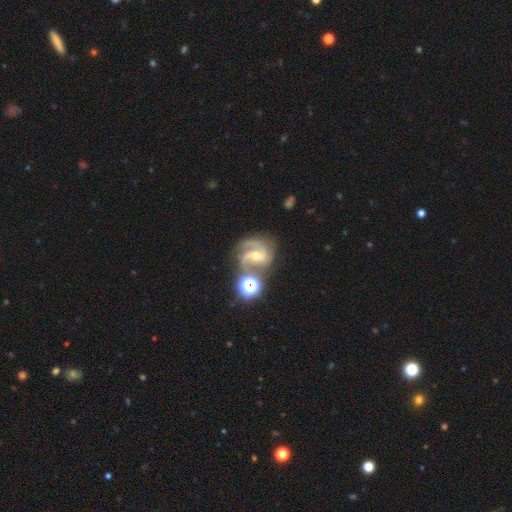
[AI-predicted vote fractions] Q: Smooth or featured?
A: featured or disk (84%); runner-up: star or artifact (9%)
Q: Edge-on disk?
A: no (98%); runner-up: yes (2%)
Q: Bar?
A: weak (45%); runner-up: no (33%)
Q: Spiral arms?
A: yes (97%); runner-up: no (3%)
Q: Spiral winding?
A: medium (57%); runner-up: tight (28%)
Q: Spiral arm count?
A: 2 (50%); runner-up: 3 (32%)
Q: Bulge size?
A: moderate (49%); runner-up: small (47%)
Q: Merging?
A: none (58%); runner-up: minor disturbance (18%)